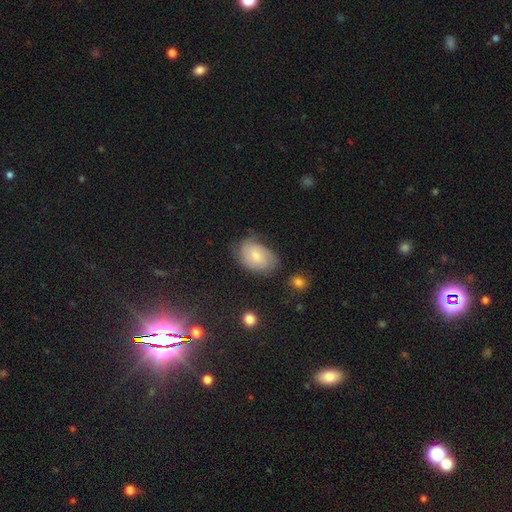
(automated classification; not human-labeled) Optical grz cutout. It shows a smooth galaxy with no disk features (55%) that is in between round and cigar-shaped (85%). Merging: none (59%).